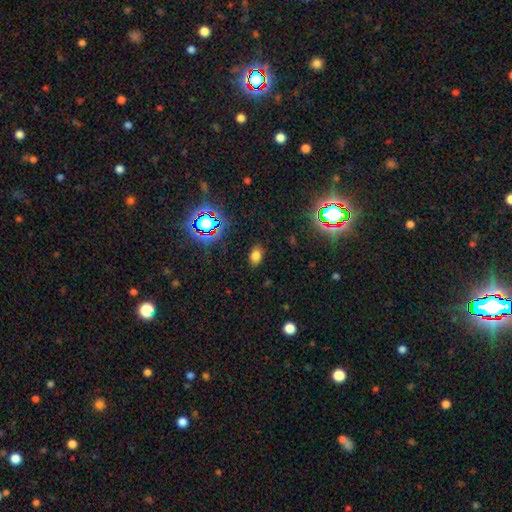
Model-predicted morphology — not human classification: smooth-or-featured: smooth: 72% | star or artifact: 22% | featured or disk: 7%
  how-rounded: in between: 83% | round: 15% | cigar-shaped: 2%
  merging: none: 85% | minor disturbance: 10% | major disturbance: 3% | merger: 1%